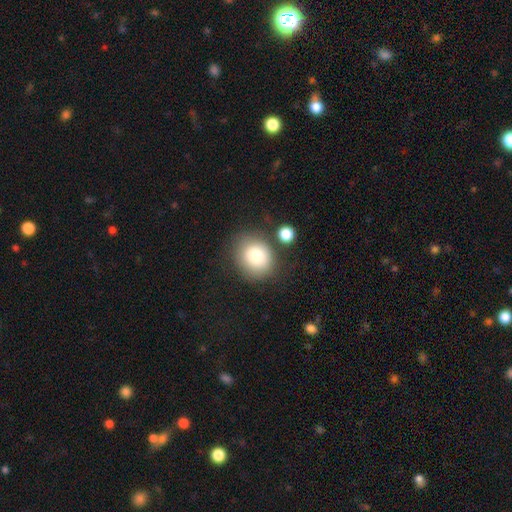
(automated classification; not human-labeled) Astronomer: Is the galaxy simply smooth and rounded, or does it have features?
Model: smooth — 80%.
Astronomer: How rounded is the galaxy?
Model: round — 74%.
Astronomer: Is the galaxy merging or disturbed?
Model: none — 73%.